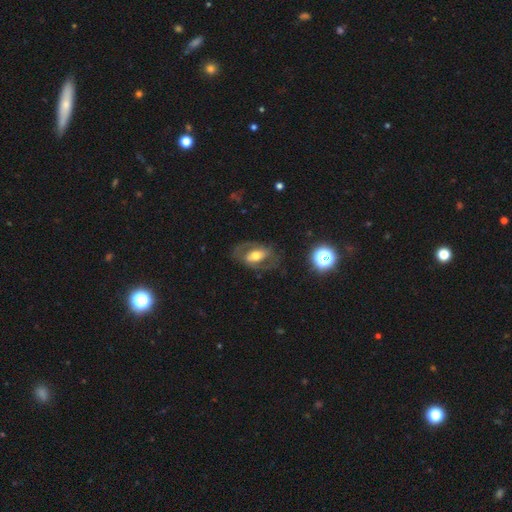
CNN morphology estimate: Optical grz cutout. It shows a featured or disk galaxy (60%) with no bar (41%), spiral arms (56%) and a moderate central bulge (64%). Merging: none (68%).